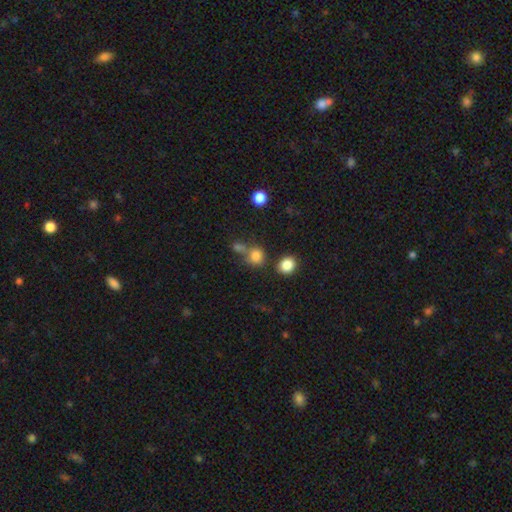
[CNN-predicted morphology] A smooth galaxy with no disk features (79%) that is round (80%). Merging: none (55%).